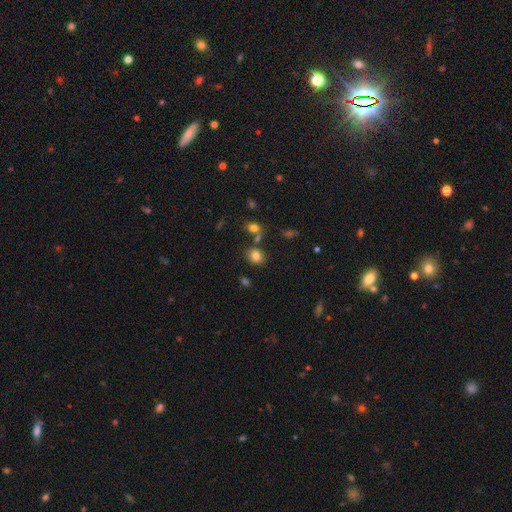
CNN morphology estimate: This appears to be a smooth galaxy with no disk features (80%) that is round (53%). Merging: none (76%).